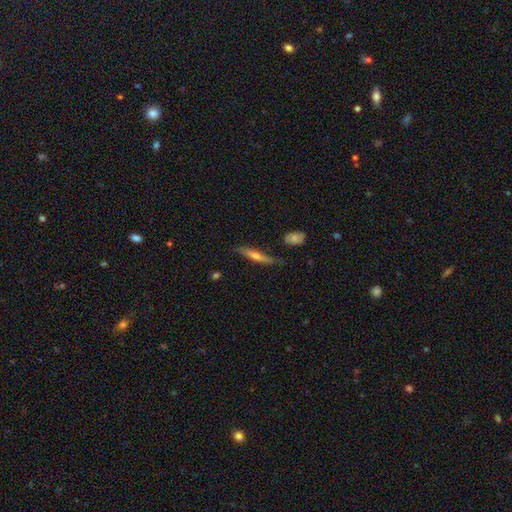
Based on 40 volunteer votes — This is likely a featured or disk galaxy (62%). It is clearly viewed edge-on (100%). Edge-on bulge: likely rounded (60%). Merging: clearly none (82%).